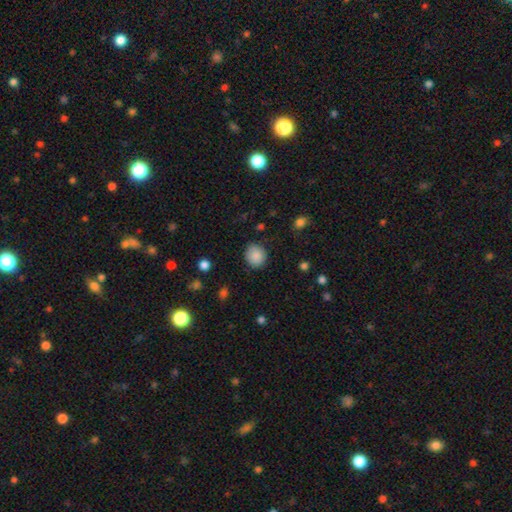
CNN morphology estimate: Smooth or featured? smooth (87%)
How rounded? round (77%)
Merging? none (82%)